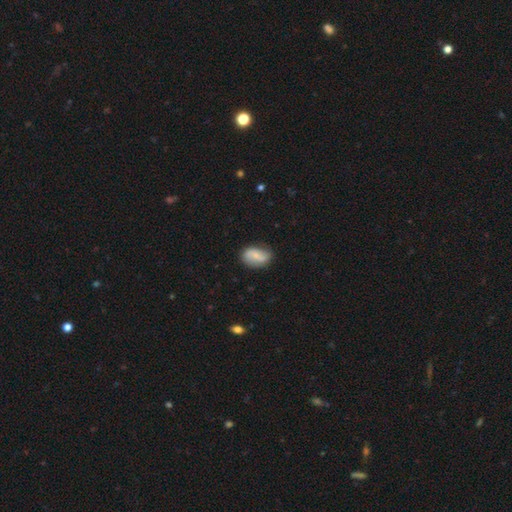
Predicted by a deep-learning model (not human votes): smooth_or_featured: smooth (p=0.57) [alt: featured or disk p=0.36]
how_rounded: in between (p=0.87) [alt: round p=0.11]
merging: none (p=0.74) [alt: minor disturbance p=0.19]